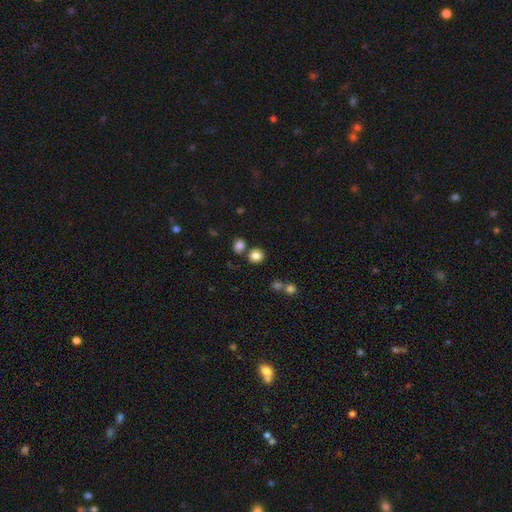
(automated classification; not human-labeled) smooth 83%, star or artifact 11%, featured or disk 5%. Down the decision tree: how rounded — round (81%); merging — none (76%).